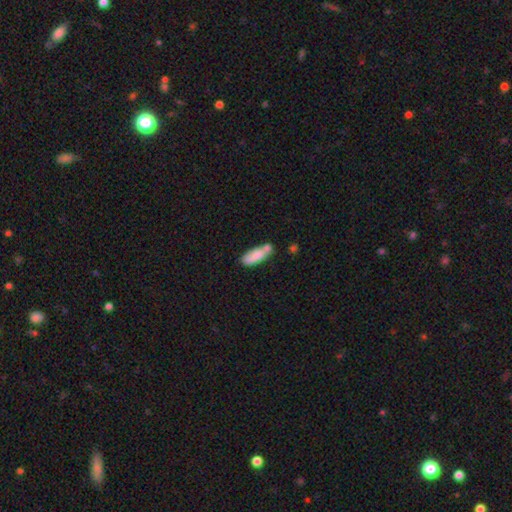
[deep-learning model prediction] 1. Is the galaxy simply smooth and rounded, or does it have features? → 78% smooth, 15% featured or disk, 7% star or artifact.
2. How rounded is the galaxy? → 63% in between, 35% cigar-shaped, 2% round.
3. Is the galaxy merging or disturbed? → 41% none, 32% merger, 21% minor disturbance, 6% major disturbance.